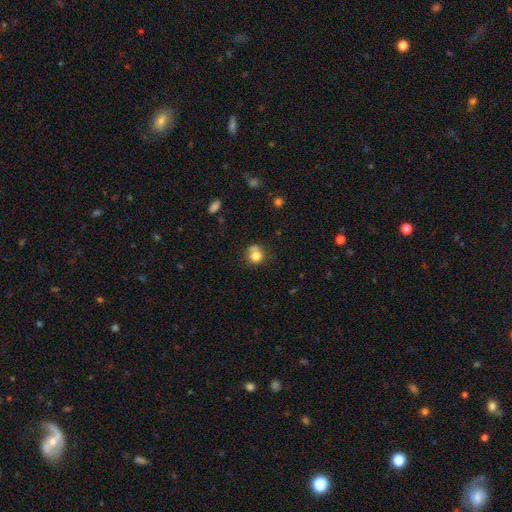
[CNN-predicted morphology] The model was most divided on "merging": none: 51%, minor disturbance: 20%, merger: 19%, major disturbance: 9%. More confident: how rounded — round (82%); smooth or featured — smooth (78%).